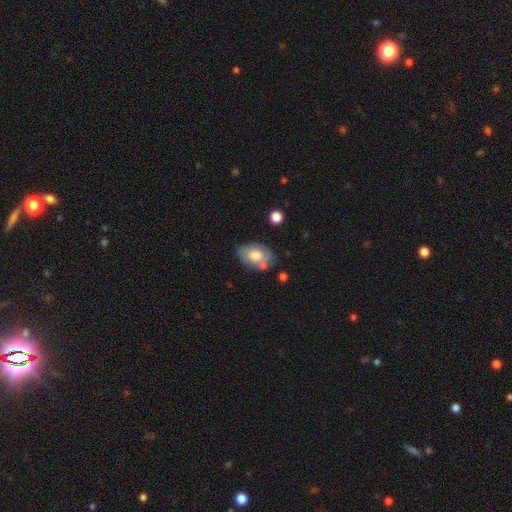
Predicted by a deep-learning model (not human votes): A smooth galaxy with no disk features (70%) that is in between round and cigar-shaped (85%).

Vote fractions:
- Smooth or featured? smooth: 70% / featured or disk: 23% / star or artifact: 7%
- How rounded? in between: 85% / round: 13% / cigar-shaped: 1%
- Merging? none: 58% / minor disturbance: 25% / merger: 10% / major disturbance: 7%